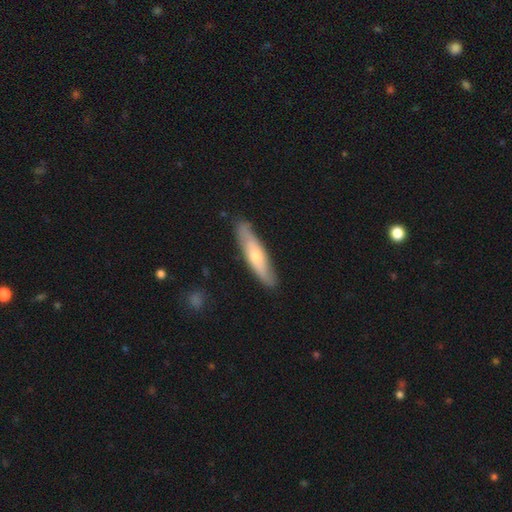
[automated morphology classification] Q: Smooth or featured?
A: smooth (47%); tied with: featured or disk (47%)
Q: Merging?
A: none (85%); runner-up: minor disturbance (12%)